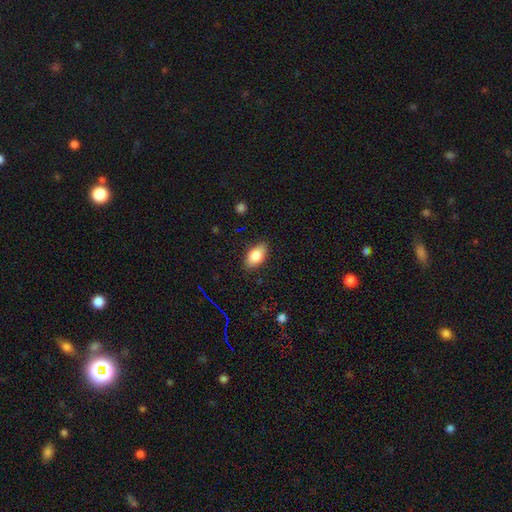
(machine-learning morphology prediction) Smooth or featured? smooth (82%)
How rounded? in between (91%)
Merging? none (85%)